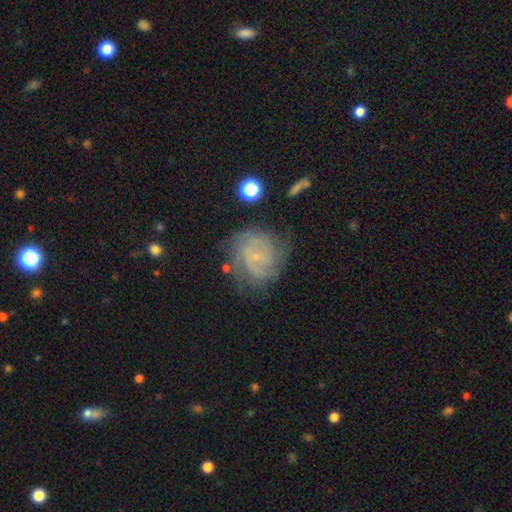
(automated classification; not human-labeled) Smooth or featured? featured or disk (70%)
Edge-on disk? no (98%)
Bar? no (61%)
Spiral arms? yes (89%)
Spiral winding? tight (55%)
Spiral arm count? can't tell (40%)
Bulge size? small (72%)
Merging? none (66%)